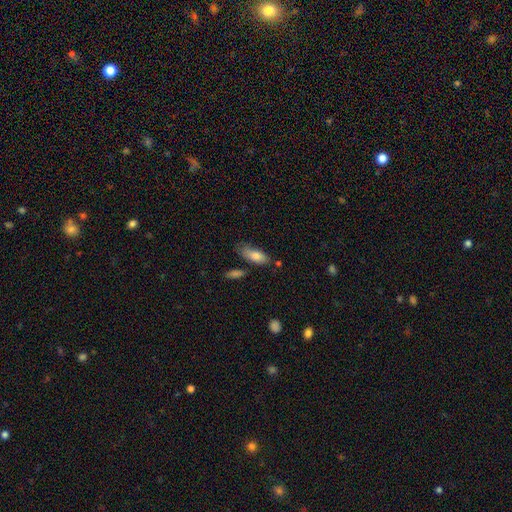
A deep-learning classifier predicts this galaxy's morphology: Smooth or featured? Predicted: smooth (p=0.79). How rounded? Predicted: in between (p=0.78). Merging? Predicted: none (p=0.59).